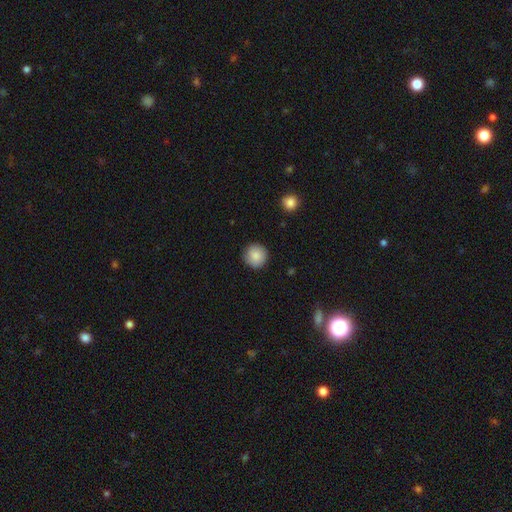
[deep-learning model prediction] Smooth or featured? Predicted: smooth (p=0.88). How rounded? Predicted: round (p=0.94). Merging? Predicted: none (p=0.90).